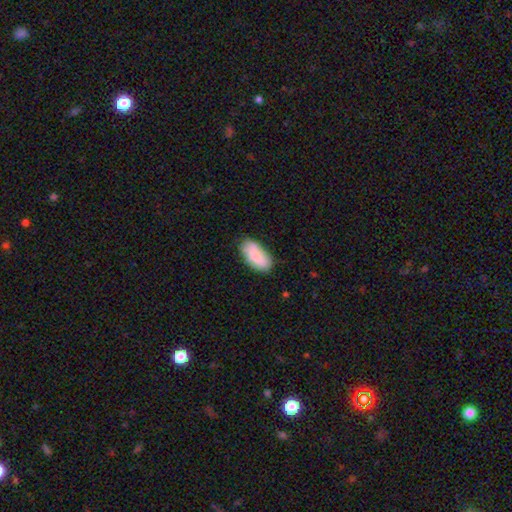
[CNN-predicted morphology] Smooth or featured?
  - smooth: 75% *
  - featured or disk: 18%
  - star or artifact: 7%
How rounded?
  - in between: 94% *
  - cigar-shaped: 3%
  - round: 3%
Merging?
  - none: 69% *
  - minor disturbance: 23%
  - major disturbance: 5%
  - merger: 3%